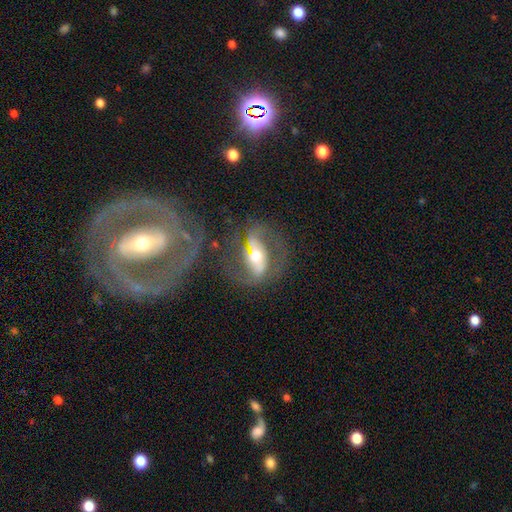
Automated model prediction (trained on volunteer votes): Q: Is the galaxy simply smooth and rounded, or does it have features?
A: featured or disk — 79%.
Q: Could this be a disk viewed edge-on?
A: no — 88%.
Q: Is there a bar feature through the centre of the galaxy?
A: strong — 60%.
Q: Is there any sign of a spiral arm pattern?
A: yes — 79%.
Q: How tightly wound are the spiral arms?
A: medium — 46%.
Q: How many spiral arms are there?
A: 2 — 85%.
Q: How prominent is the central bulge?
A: moderate — 68%.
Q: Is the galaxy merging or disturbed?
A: none — 56%.